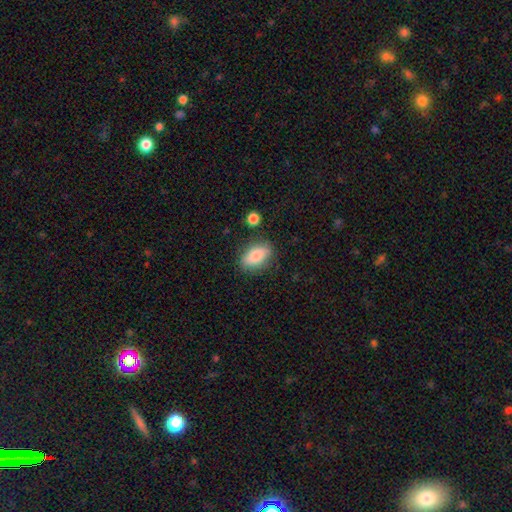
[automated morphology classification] Smooth or featured?
  - smooth: 81% *
  - featured or disk: 12%
  - star or artifact: 7%
How rounded?
  - in between: 87% *
  - cigar-shaped: 7%
  - round: 6%
Merging?
  - none: 80% *
  - minor disturbance: 14%
  - major disturbance: 4%
  - merger: 3%